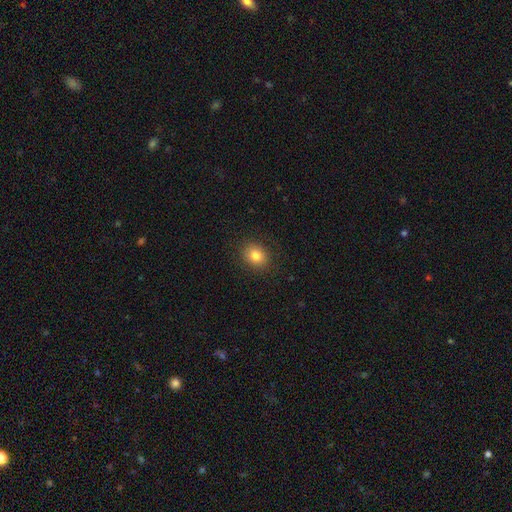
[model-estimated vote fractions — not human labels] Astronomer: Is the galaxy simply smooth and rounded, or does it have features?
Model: smooth — 82%.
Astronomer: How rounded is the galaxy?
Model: round — 61% (runner-up: in between, 39%).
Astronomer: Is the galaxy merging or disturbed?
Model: none — 88%.